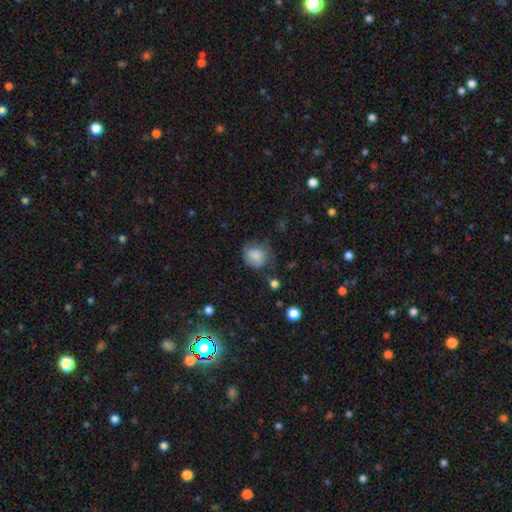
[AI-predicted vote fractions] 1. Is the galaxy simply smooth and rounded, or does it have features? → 77% smooth, 14% featured or disk, 9% star or artifact.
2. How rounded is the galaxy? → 73% round, 26% in between, 1% cigar-shaped.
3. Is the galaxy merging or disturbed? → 52% none, 30% minor disturbance, 16% major disturbance, 2% merger.